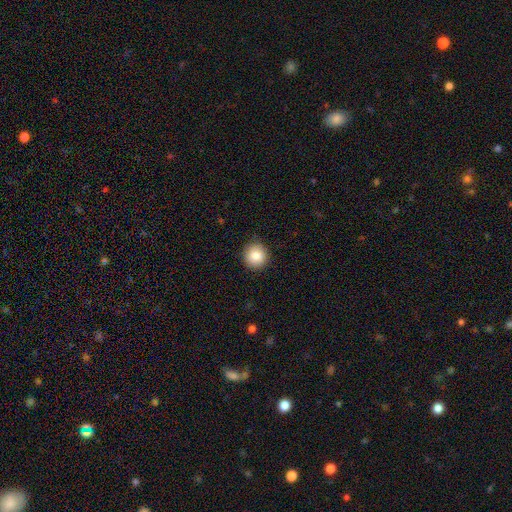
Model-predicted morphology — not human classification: Overall: smooth (86%). How rounded: round (91%). Merging: none (88%).